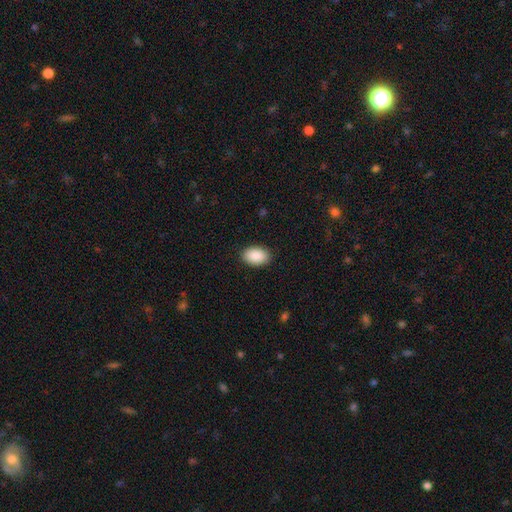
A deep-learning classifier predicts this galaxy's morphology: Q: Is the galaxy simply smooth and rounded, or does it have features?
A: smooth — 91%.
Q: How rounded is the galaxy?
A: in between — 91%.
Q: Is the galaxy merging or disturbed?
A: none — 90%.